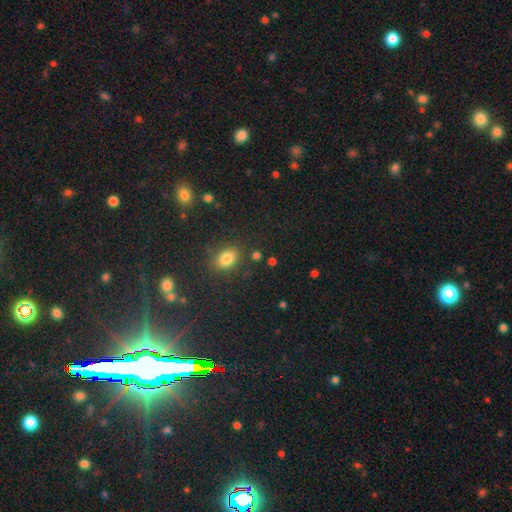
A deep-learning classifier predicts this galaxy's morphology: A smooth galaxy with no disk features (70%) that is in between round and cigar-shaped (69%).

Vote fractions:
- Smooth or featured? smooth: 70% / star or artifact: 22% / featured or disk: 8%
- How rounded? in between: 69% / round: 29% / cigar-shaped: 2%
- Merging? none: 82% / minor disturbance: 11% / merger: 4% / major disturbance: 4%